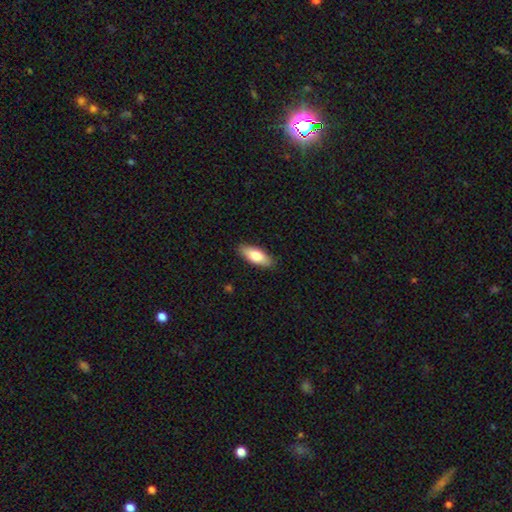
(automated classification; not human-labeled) Q: Smooth or featured?
A: smooth (76%); runner-up: featured or disk (18%)
Q: How rounded?
A: in between (78%); runner-up: cigar-shaped (20%)
Q: Merging?
A: none (89%); runner-up: minor disturbance (8%)